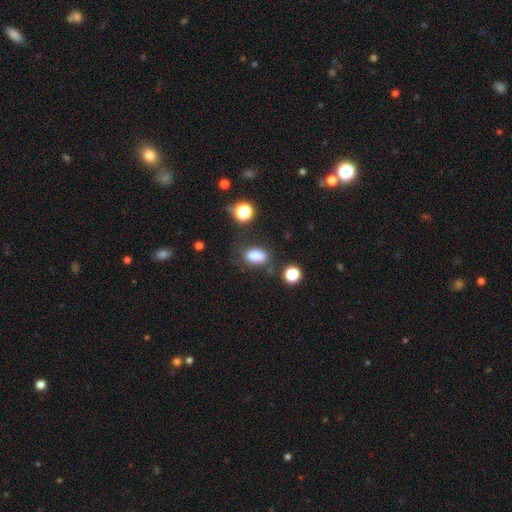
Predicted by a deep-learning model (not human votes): The model was most divided on "merging": none: 66%, minor disturbance: 19%, major disturbance: 8%, merger: 7%. More confident: how rounded — in between (85%); smooth or featured — smooth (82%).